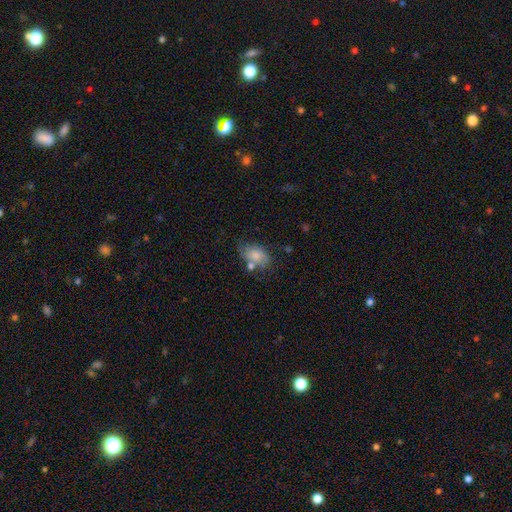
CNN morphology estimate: This appears to be a smooth galaxy with no disk features (67%) that is in between round and cigar-shaped (83%). Merging: none (44%).